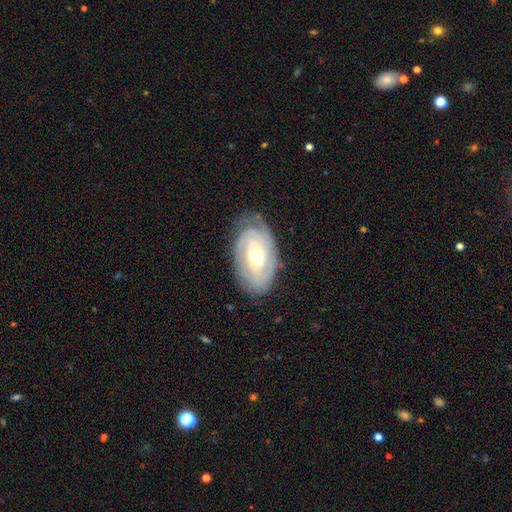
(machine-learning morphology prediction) Overall: featured or disk (82%). Edge-on disk: no (95%). Bar: no (58%; weak 32%). Spiral arms: yes (94%). Spiral arm count: can't tell (32%; 2 30%). Spiral winding: tight (74%). Bulge size: moderate (66%; small 27%). Merging: none (76%).